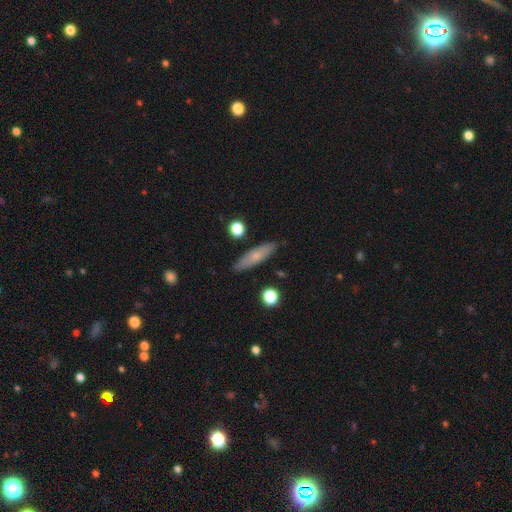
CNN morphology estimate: type=smooth (64%); roundness=cigar-shaped (73%); merging=none (87%).